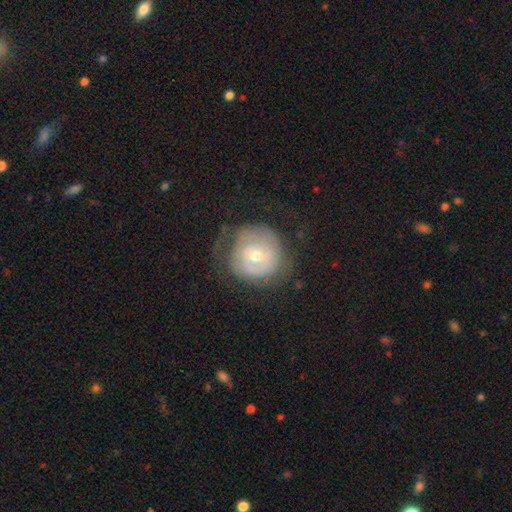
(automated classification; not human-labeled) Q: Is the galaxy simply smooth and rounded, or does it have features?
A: featured or disk — 60%.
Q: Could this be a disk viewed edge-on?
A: no — 96%.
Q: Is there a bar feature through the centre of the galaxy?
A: no — 78%.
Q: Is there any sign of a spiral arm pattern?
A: yes — 58%.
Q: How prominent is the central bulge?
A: moderate — 60%.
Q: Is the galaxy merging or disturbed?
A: none — 57%.